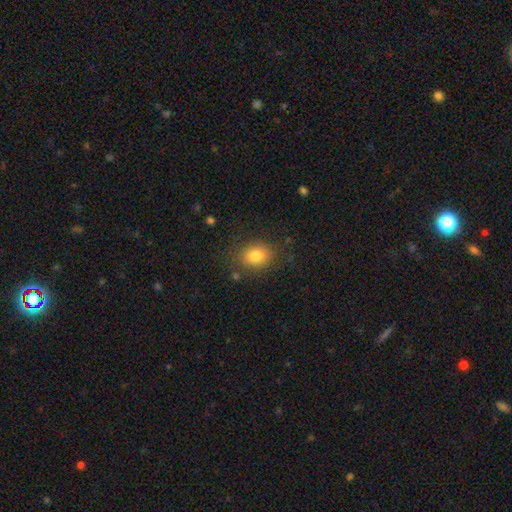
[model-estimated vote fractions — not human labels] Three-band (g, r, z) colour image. It shows a smooth galaxy with no disk features (81%) that is in between round and cigar-shaped (63%). Merging: none (80%).